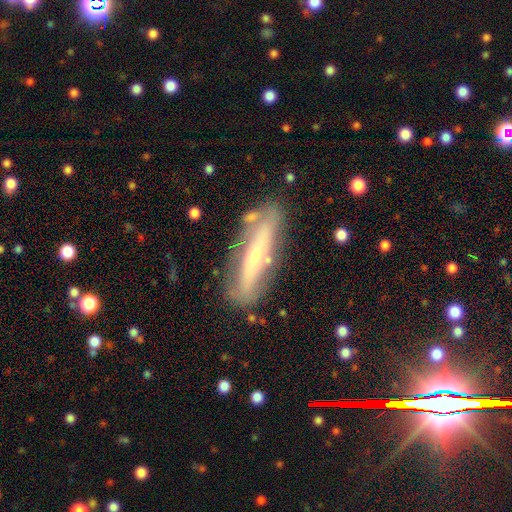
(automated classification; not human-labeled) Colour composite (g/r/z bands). It shows a featured or disk galaxy (63%) viewed edge-on (55%). Merging: none (74%).